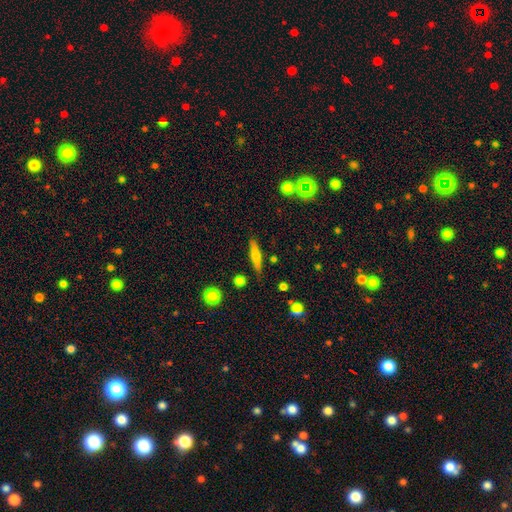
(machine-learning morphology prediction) This is possibly a smooth galaxy (58%). How rounded: clearly cigar-shaped (84%). Merging: clearly none (84%).